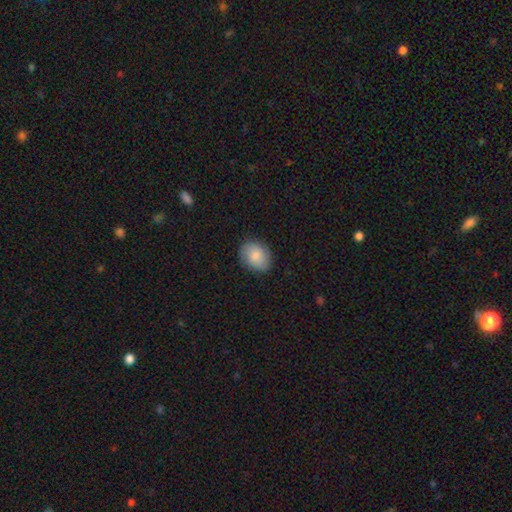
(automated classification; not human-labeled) Overall: smooth (79%). How rounded: in between (56%; round 43%). Merging: none (84%).